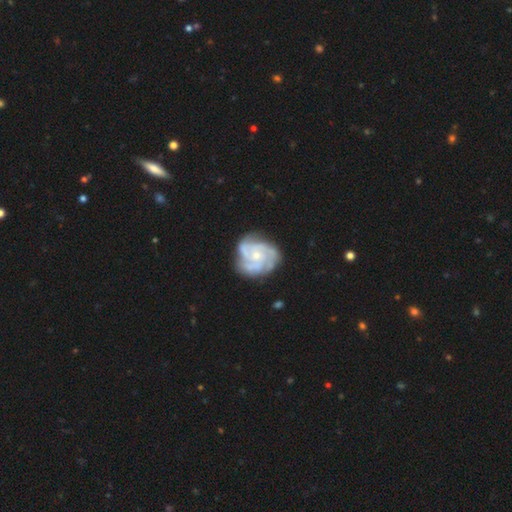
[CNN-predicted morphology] Overall: featured or disk (85%). Edge-on disk: no (98%). Bar: no (77%). Spiral arms: yes (96%). Spiral arm count: 3 (44%; 4 24%). Spiral winding: tight (54%; medium 38%). Bulge size: small (62%; moderate 33%). Merging: none (69%).